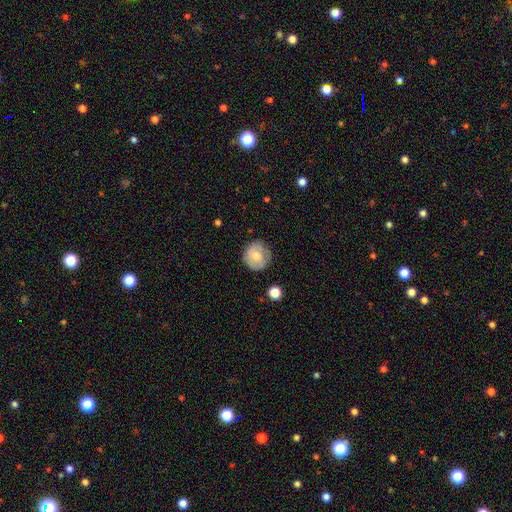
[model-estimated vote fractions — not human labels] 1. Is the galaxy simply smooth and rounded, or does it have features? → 64% smooth, 28% featured or disk, 8% star or artifact.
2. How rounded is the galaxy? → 86% round, 13% in between, 1% cigar-shaped.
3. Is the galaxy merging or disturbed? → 74% none, 19% minor disturbance, 5% major disturbance, 2% merger.